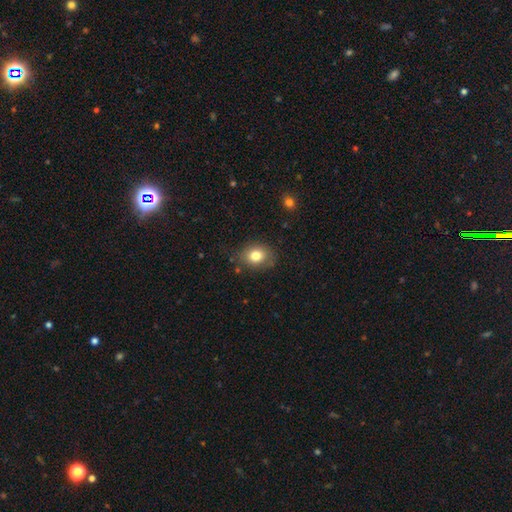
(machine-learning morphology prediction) smooth 80%, star or artifact 10%, featured or disk 10%. Down the decision tree: how rounded — in between (50%); merging — none (77%).